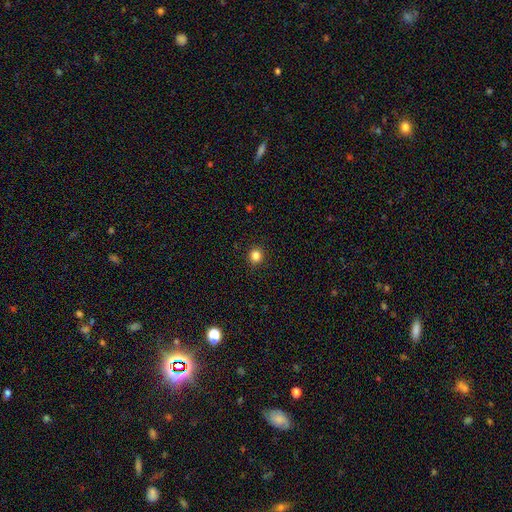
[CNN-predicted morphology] Q: Smooth or featured?
A: smooth (84%); runner-up: star or artifact (12%)
Q: How rounded?
A: round (86%); runner-up: in between (13%)
Q: Merging?
A: none (92%); runner-up: minor disturbance (6%)